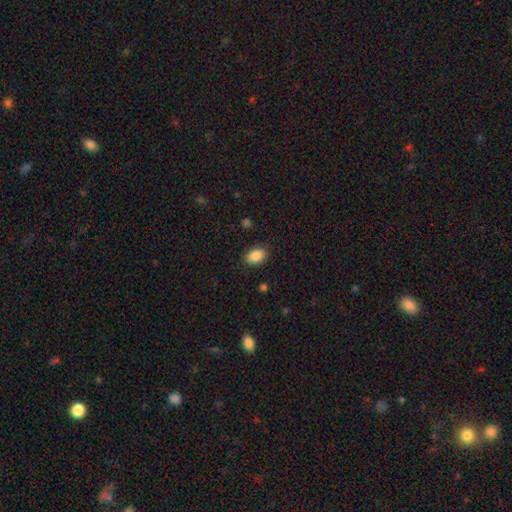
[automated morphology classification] This appears to be a smooth galaxy with no disk features (87%) that is in between round and cigar-shaped (84%). Merging: none (87%).